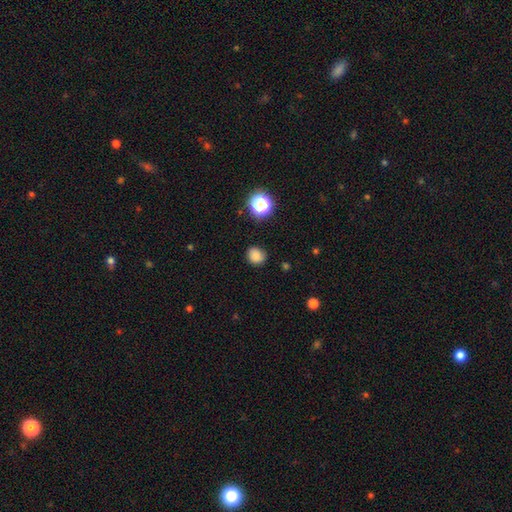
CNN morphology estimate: smooth-or-featured: smooth: 81% | star or artifact: 14% | featured or disk: 5%
  how-rounded: round: 81% | in between: 18% | cigar-shaped: 1%
  merging: none: 83% | minor disturbance: 12% | major disturbance: 3% | merger: 2%